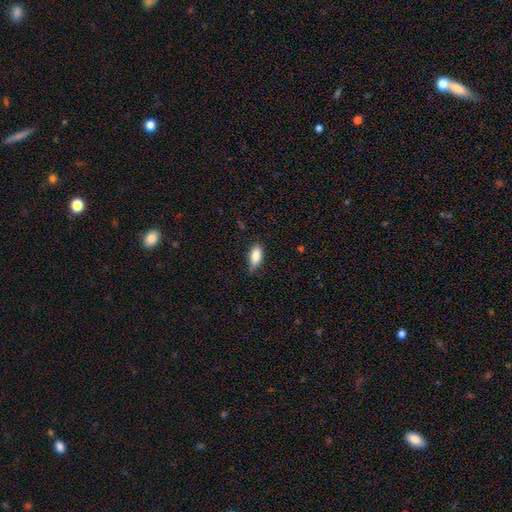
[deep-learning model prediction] This is clearly a smooth galaxy (82%). How rounded: clearly in between (84%). Merging: likely none (64%).